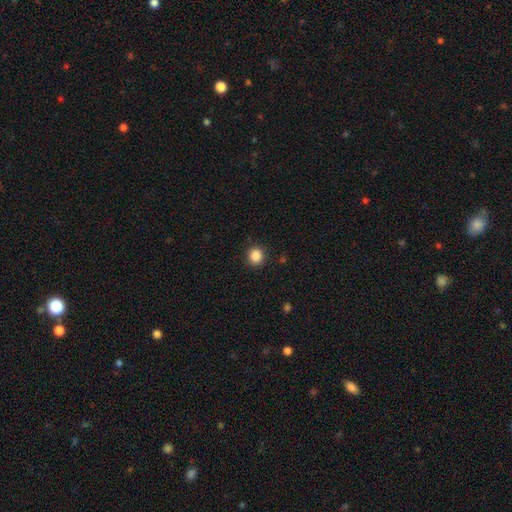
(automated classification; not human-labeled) This is clearly a smooth galaxy (86%). How rounded: clearly round (89%). Merging: clearly none (91%).